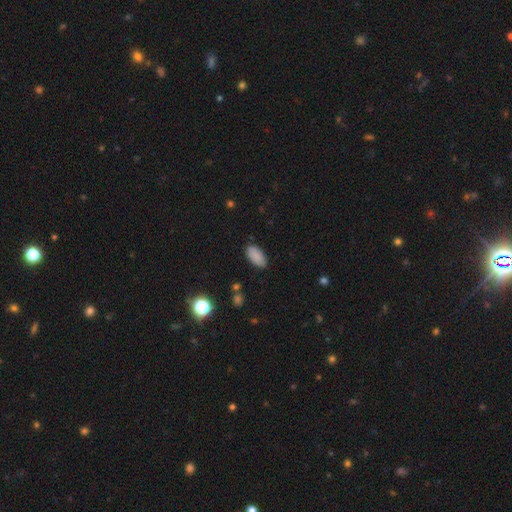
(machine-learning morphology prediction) Smooth or featured?
  - smooth: 87% *
  - star or artifact: 8%
  - featured or disk: 4%
How rounded?
  - in between: 93% *
  - cigar-shaped: 4%
  - round: 2%
Merging?
  - none: 87% *
  - minor disturbance: 10%
  - major disturbance: 2%
  - merger: 1%